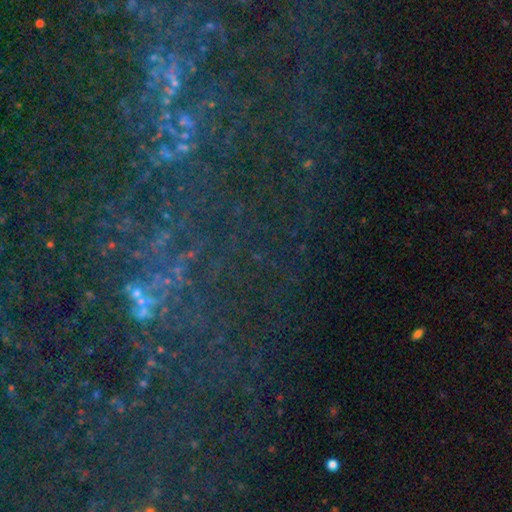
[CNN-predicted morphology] This appears to be a star or artifact, not a galaxy (73%).